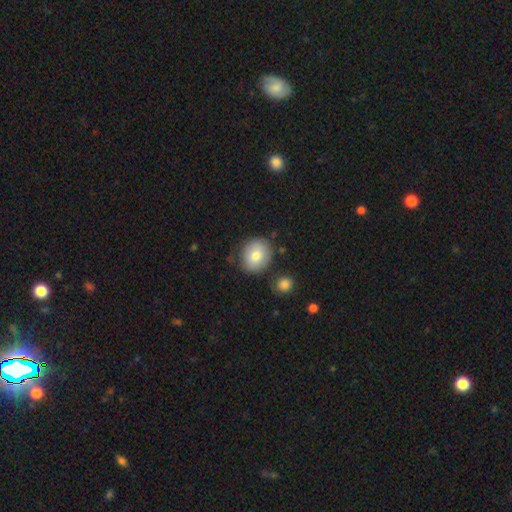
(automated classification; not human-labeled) smooth-or-featured: smooth: 78% | featured or disk: 13% | star or artifact: 8%
  how-rounded: round: 73% | in between: 26% | cigar-shaped: 1%
  merging: none: 78% | minor disturbance: 13% | merger: 5% | major disturbance: 4%